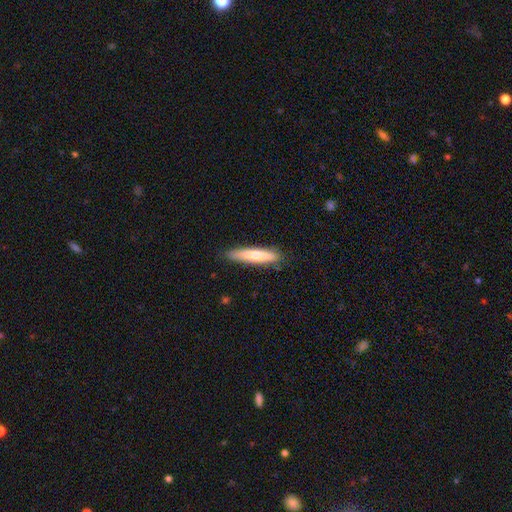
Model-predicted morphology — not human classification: Smooth or featured? Predicted: smooth (p=0.67). How rounded? Predicted: cigar-shaped (p=0.86). Merging? Predicted: none (p=0.86).